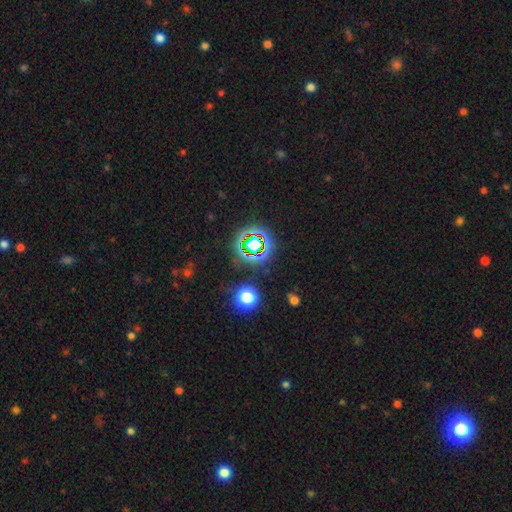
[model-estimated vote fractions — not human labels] Morphology: type=star or artifact (69%).